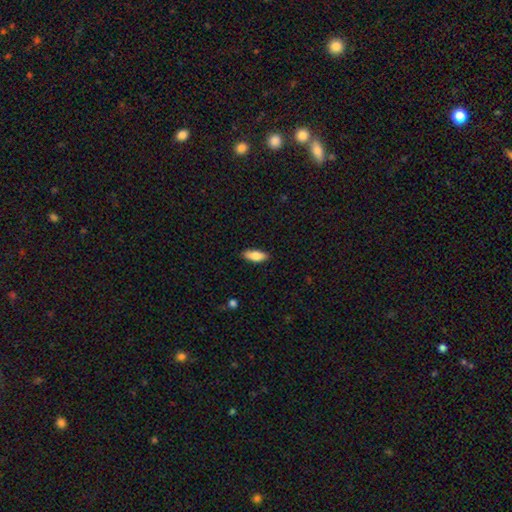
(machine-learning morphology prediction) A smooth galaxy with no disk features (82%) that is in between round and cigar-shaped (78%).

Vote fractions:
- Smooth or featured? smooth: 82% / featured or disk: 12% / star or artifact: 6%
- How rounded? in between: 78% / cigar-shaped: 19% / round: 2%
- Merging? none: 87% / minor disturbance: 10% / major disturbance: 2% / merger: 1%